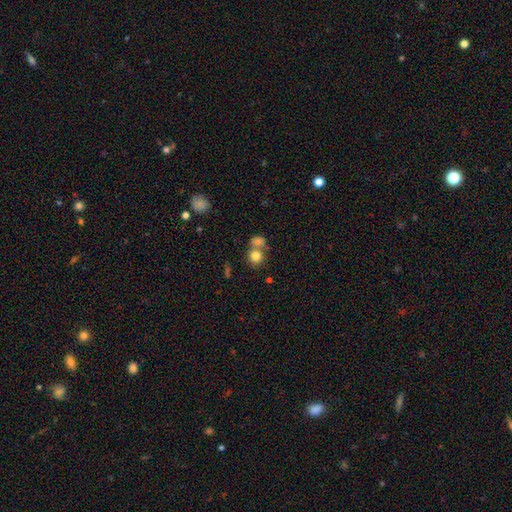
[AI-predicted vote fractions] smooth 81%, star or artifact 11%, featured or disk 9%. Down the decision tree: how rounded — round (82%); merging — none (48%).